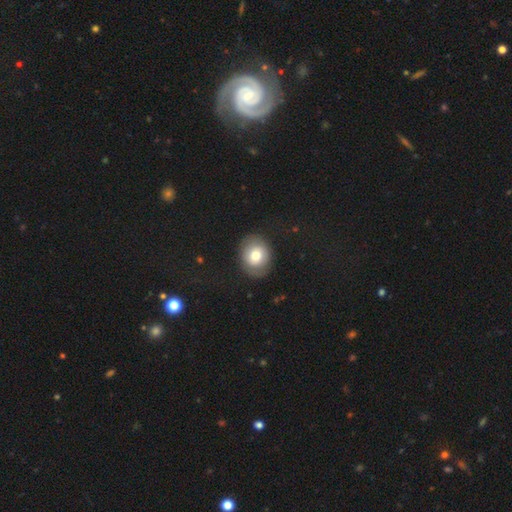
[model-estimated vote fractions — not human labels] The model was most divided on "how rounded": round: 62%, in between: 37%, cigar-shaped: 1%. More confident: merging — none (79%); smooth or featured — smooth (71%).